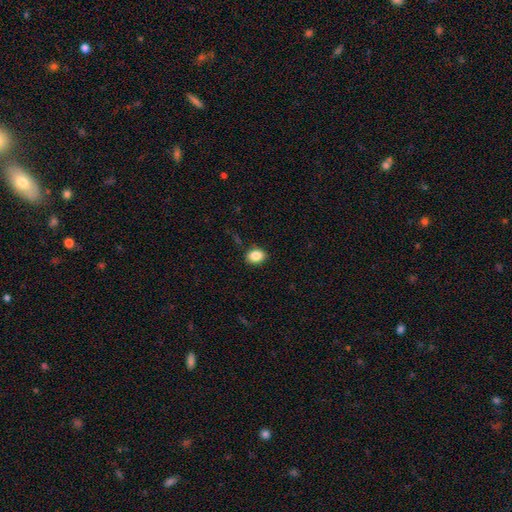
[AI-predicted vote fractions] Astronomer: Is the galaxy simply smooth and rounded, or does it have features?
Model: smooth — 86%.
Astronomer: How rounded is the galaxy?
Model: in between — 60% (runner-up: round, 39%).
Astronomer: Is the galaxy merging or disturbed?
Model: none — 87%.